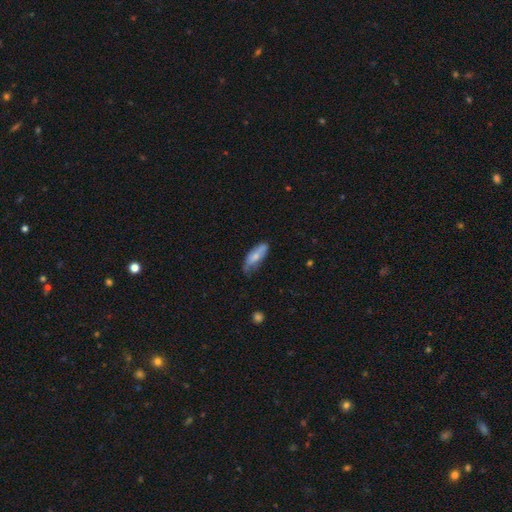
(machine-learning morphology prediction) Smooth or featured: smooth — 67% (featured or disk — 27%)
How rounded: in between — 64% (cigar-shaped — 34%)
Merging: none — 52% (minor disturbance — 36%)